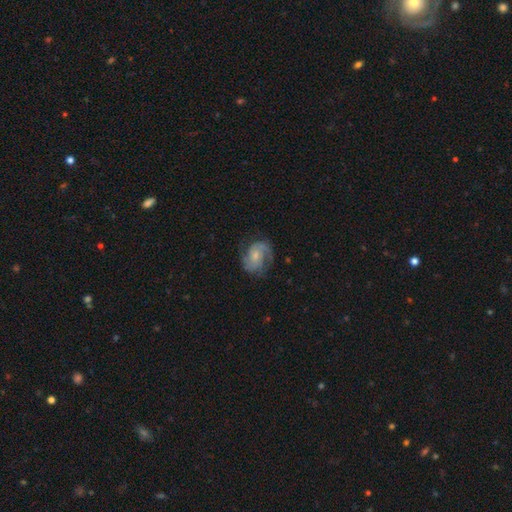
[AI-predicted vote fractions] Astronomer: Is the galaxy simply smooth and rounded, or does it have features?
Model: featured or disk — 79%.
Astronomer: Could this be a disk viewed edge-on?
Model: no — 98%.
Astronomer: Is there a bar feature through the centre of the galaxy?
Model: no — 66%.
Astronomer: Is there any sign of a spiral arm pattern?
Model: yes — 95%.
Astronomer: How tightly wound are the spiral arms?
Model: medium — 48% (runner-up: tight, 34%).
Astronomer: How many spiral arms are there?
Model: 2 — 78%.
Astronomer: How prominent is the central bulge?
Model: small — 53% (runner-up: moderate, 33%).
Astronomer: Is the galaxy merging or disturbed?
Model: none — 70%.